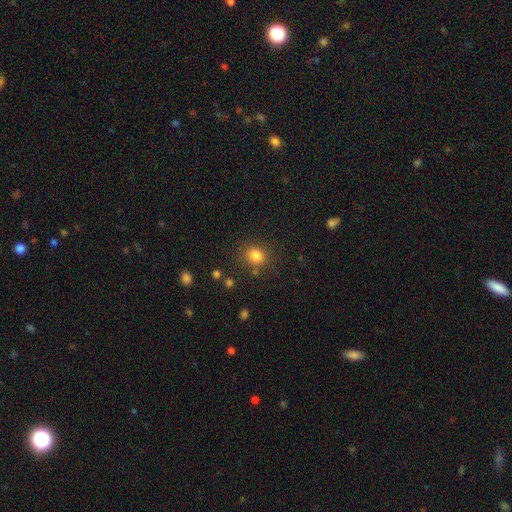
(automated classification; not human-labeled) Smooth or featured?
  - smooth: 82% *
  - star or artifact: 12%
  - featured or disk: 6%
How rounded?
  - round: 73% *
  - in between: 26%
  - cigar-shaped: 1%
Merging?
  - none: 80% *
  - minor disturbance: 11%
  - merger: 5%
  - major disturbance: 4%